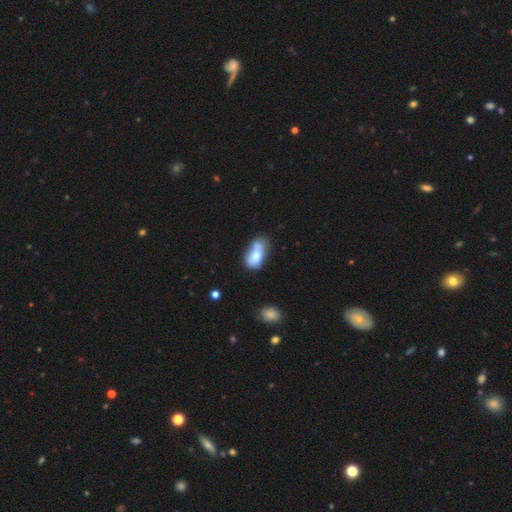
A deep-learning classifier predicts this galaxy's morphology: Overall: smooth (69%). How rounded: in between (86%). Merging: merger (42%; none 24%).